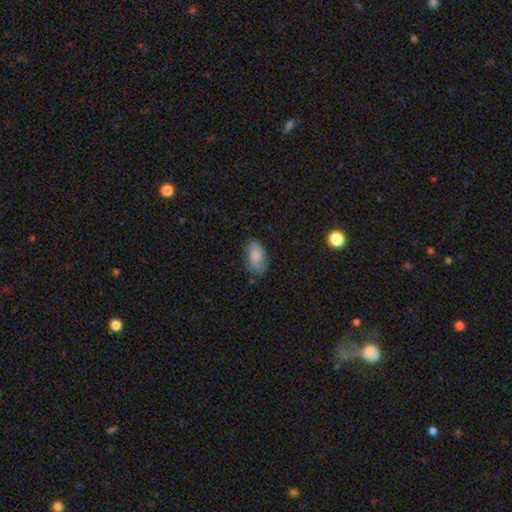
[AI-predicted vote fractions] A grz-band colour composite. It shows a smooth galaxy with no disk features (81%) that is in between round and cigar-shaped (93%). Merging: none (68%).